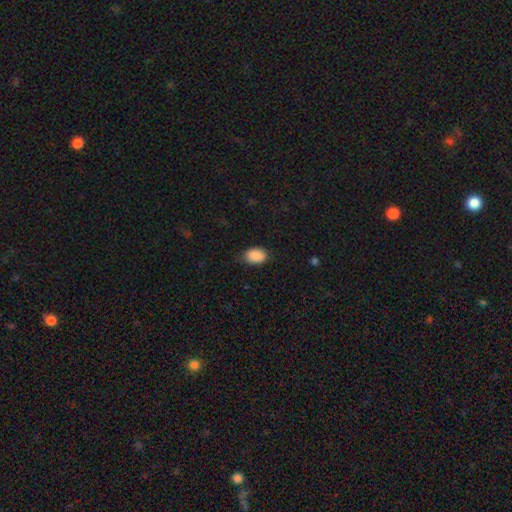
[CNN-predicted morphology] This appears to be a smooth galaxy with no disk features (90%) that is in between round and cigar-shaped (89%). Merging: none (79%).